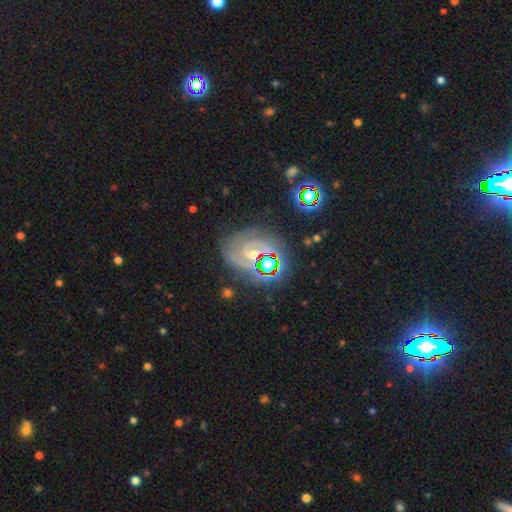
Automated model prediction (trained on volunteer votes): Overall: featured or disk (60%; star or artifact 25%). Edge-on disk: no (97%). Bar: no (49%; weak 37%). Spiral arms: yes (91%). Spiral arm count: 2 (47%; can't tell 21%). Spiral winding: tight (58%; medium 34%). Bulge size: moderate (45%; small 38%). Merging: none (68%).